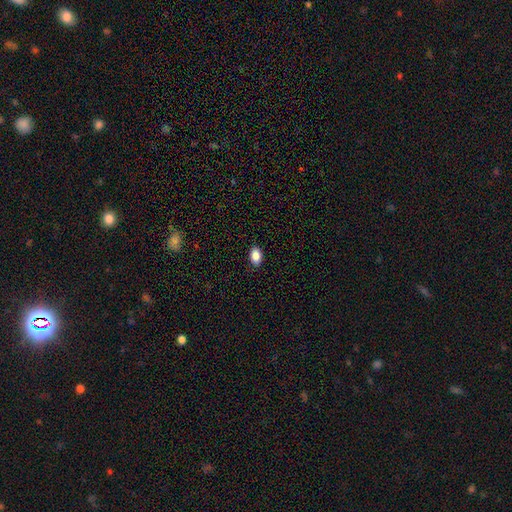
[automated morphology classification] This is clearly a smooth galaxy (88%). How rounded: clearly in between (89%). Merging: clearly none (88%).